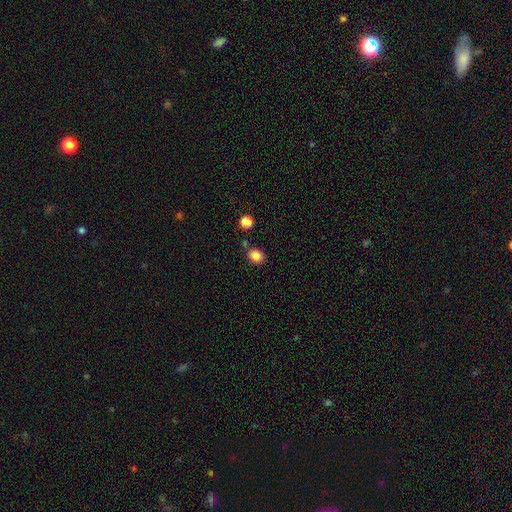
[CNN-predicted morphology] The model was most divided on "how rounded": round: 61%, in between: 38%, cigar-shaped: 1%. More confident: smooth or featured — smooth (84%); merging — none (77%).